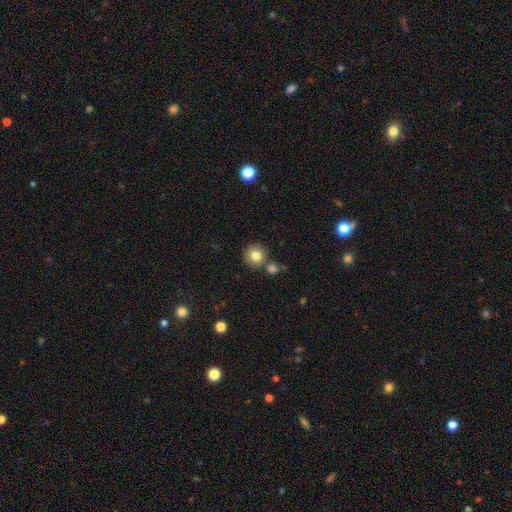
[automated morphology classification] Q: Smooth or featured?
A: smooth (81%); runner-up: star or artifact (10%)
Q: How rounded?
A: round (92%); runner-up: in between (7%)
Q: Merging?
A: none (75%); runner-up: merger (13%)